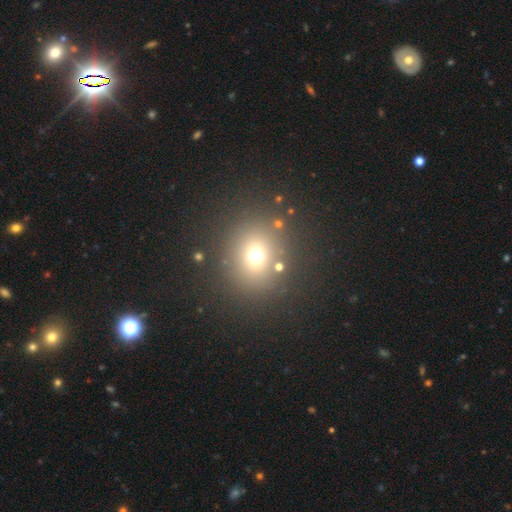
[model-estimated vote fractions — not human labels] A smooth galaxy with no disk features (66%) that is round (82%). Merging: none (80%).